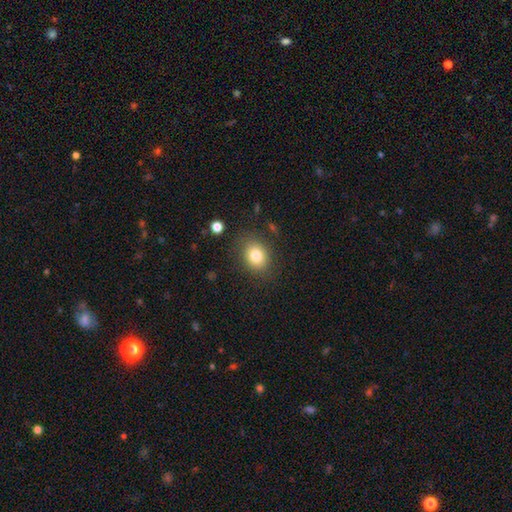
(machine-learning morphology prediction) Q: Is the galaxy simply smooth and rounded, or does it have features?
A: smooth — 81%.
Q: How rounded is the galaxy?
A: in between — 50%.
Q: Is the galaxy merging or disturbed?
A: none — 82%.